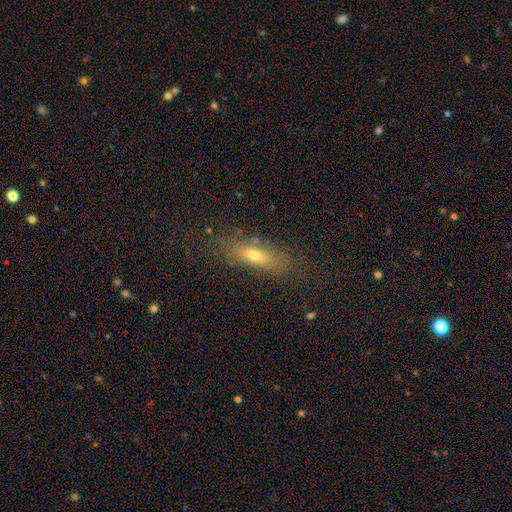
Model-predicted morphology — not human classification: This is likely a smooth galaxy (63%). How rounded: possibly in between (51%). Merging: likely none (76%).